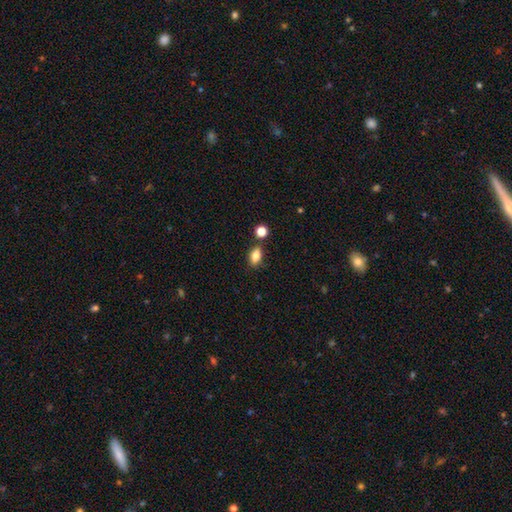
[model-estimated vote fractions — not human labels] Smooth or featured?
  - smooth: 82% *
  - star or artifact: 9%
  - featured or disk: 9%
How rounded?
  - in between: 83% *
  - round: 12%
  - cigar-shaped: 6%
Merging?
  - none: 77% *
  - minor disturbance: 12%
  - merger: 9%
  - major disturbance: 3%